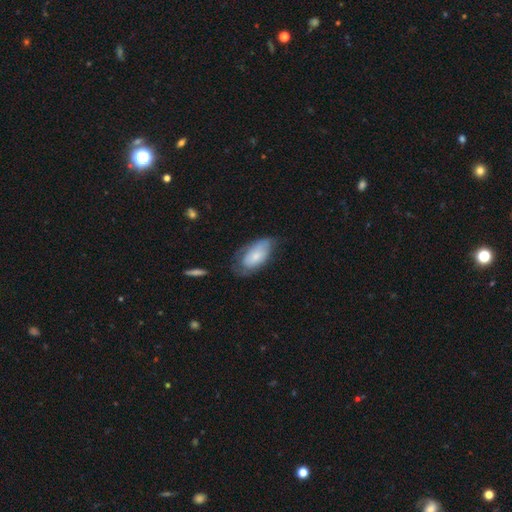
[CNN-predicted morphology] This is likely a smooth galaxy (63%). How rounded: clearly in between (93%). Merging: possibly none (48%).